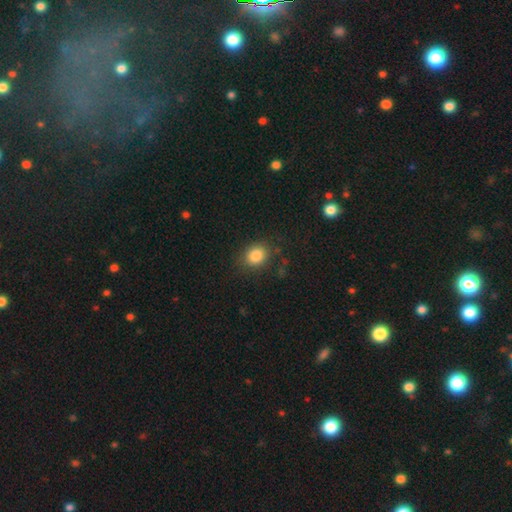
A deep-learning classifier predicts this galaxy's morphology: A smooth galaxy with no disk features (84%) that is round (60%). Merging: none (82%).